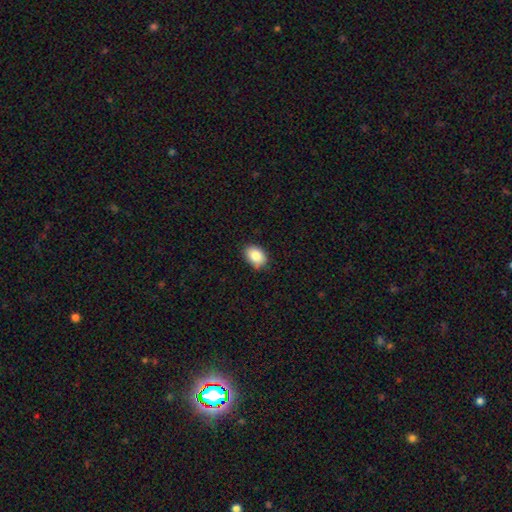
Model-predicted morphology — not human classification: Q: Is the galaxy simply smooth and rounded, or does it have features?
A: smooth — 86%.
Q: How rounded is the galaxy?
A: in between — 78%.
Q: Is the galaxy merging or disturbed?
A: none — 80%.